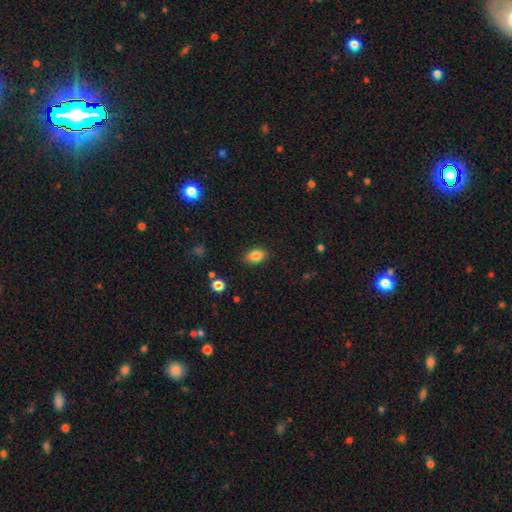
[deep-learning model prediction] smooth 84%, star or artifact 9%, featured or disk 7%. Down the decision tree: how rounded — in between (86%); merging — none (85%).